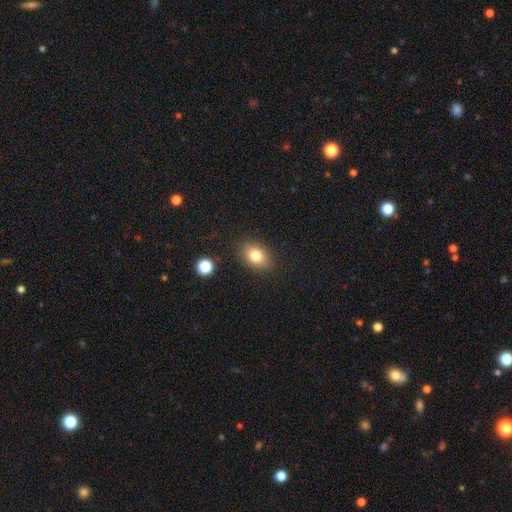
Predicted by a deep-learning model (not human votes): Morphology: type=smooth (81%); roundness=in between (72%); merging=none (86%).